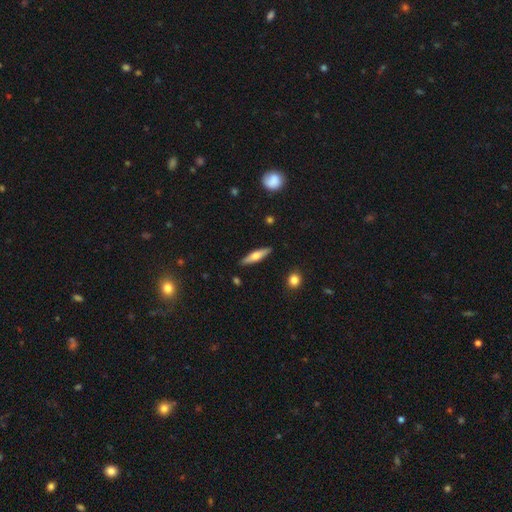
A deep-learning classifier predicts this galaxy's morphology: type=smooth (51%); roundness=cigar-shaped (73%); merging=none (89%).